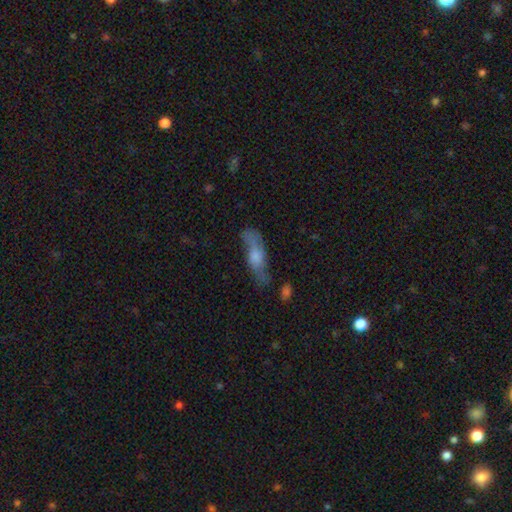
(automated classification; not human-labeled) The model was most divided on "smooth or featured": smooth: 49%, featured or disk: 43%, star or artifact: 9%. More confident: merging — none (52%).